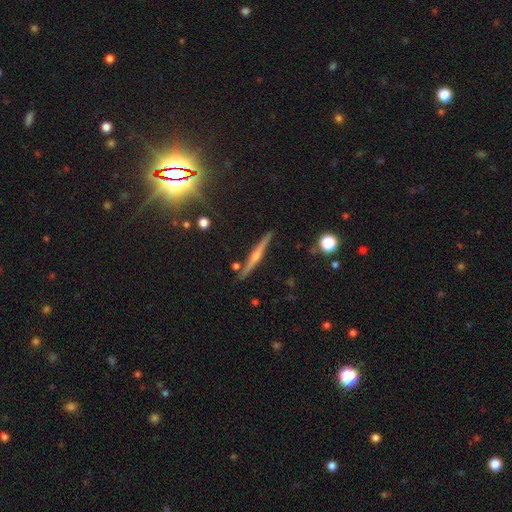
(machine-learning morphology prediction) A featured or disk galaxy (73%) viewed edge-on (98%) with a rounded central bulge (83%).

Vote fractions:
- Smooth or featured? featured or disk: 73% / smooth: 16% / star or artifact: 11%
- Edge-on disk? yes: 98% / no: 2%
- Edge-on bulge? rounded: 83% / none: 11% / boxy: 7%
- Merging? none: 89% / minor disturbance: 7% / merger: 2% / major disturbance: 2%